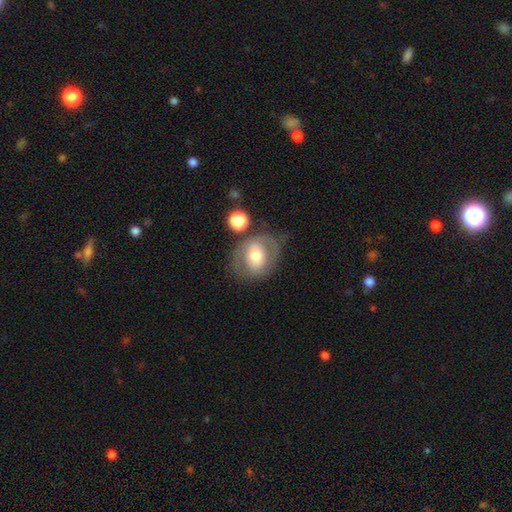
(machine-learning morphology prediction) Overall: featured or disk (48%; smooth 44%). Merging: none (59%; minor disturbance 20%).